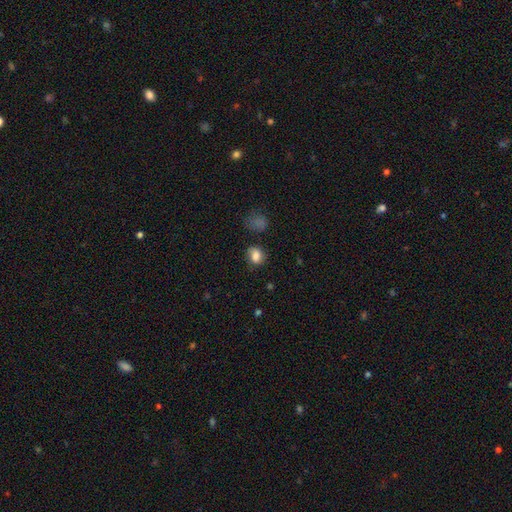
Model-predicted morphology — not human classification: Smooth or featured? smooth (83%)
How rounded? round (52%)
Merging? none (64%)